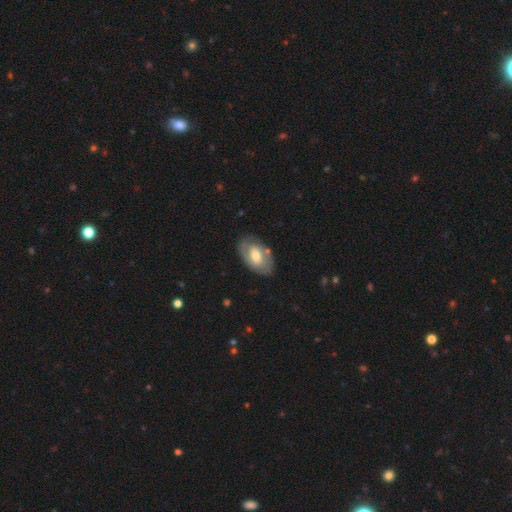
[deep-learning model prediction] featured or disk 50%, smooth 45%, star or artifact 6%. Down the decision tree: merging — none (74%).